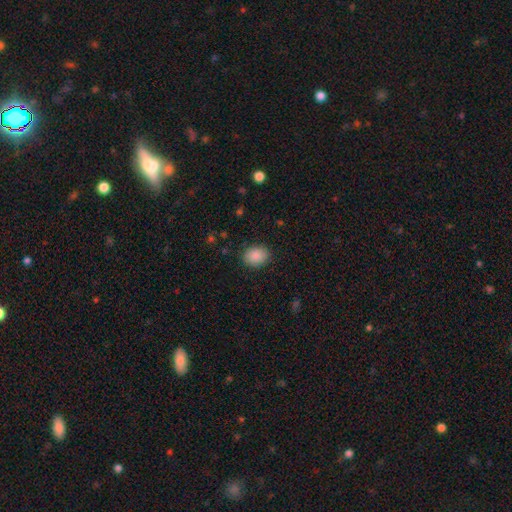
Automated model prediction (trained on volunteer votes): Q: Smooth or featured?
A: smooth (88%); runner-up: star or artifact (8%)
Q: How rounded?
A: in between (54%); runner-up: round (46%)
Q: Merging?
A: none (88%); runner-up: minor disturbance (8%)